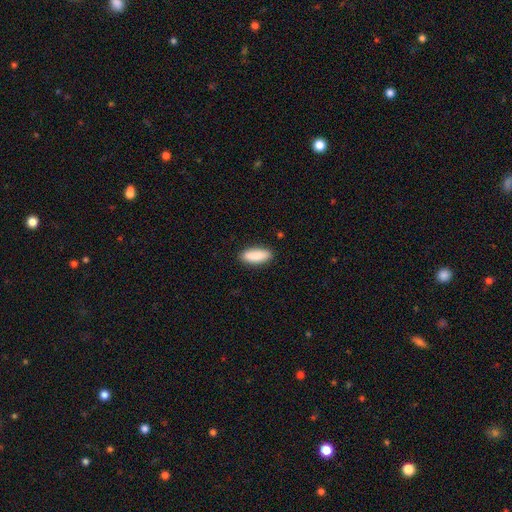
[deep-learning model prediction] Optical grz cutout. It shows a smooth galaxy with no disk features (89%) that is in between round and cigar-shaped (73%). Merging: none (89%).